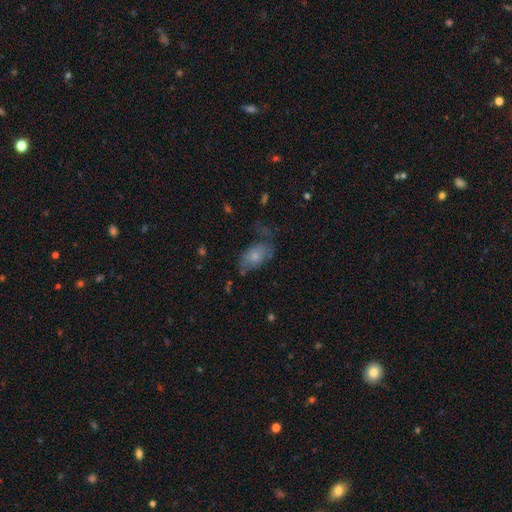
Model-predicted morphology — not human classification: This appears to be a smooth galaxy with no disk features (65%) that is in between round and cigar-shaped (89%). Merging: none (42%).